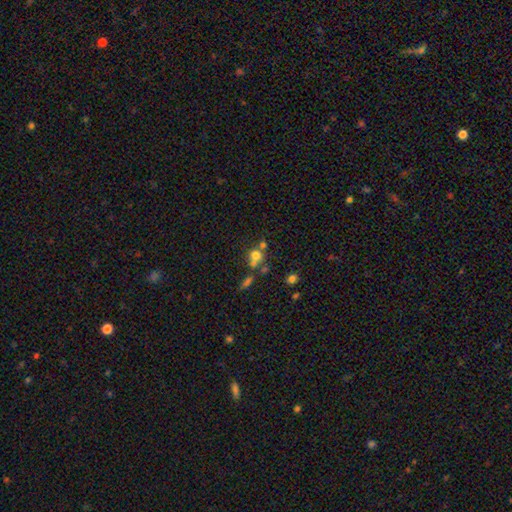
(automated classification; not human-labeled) This is likely a smooth galaxy (68%). How rounded: clearly round (83%). Merging: marginally none (44%).